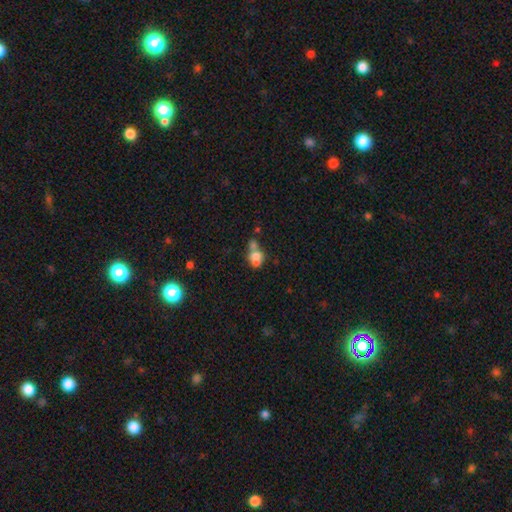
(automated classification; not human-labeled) A smooth galaxy with no disk features (62%) that is round (53%). Merging: merger (59%).